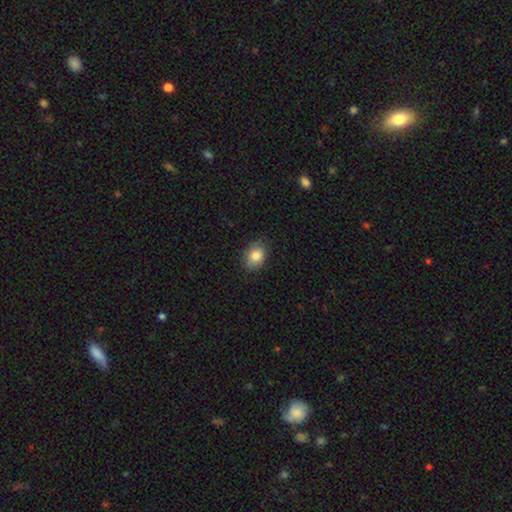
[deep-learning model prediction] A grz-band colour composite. It shows a smooth galaxy with no disk features (84%) that is in between round and cigar-shaped (73%). Merging: none (79%).